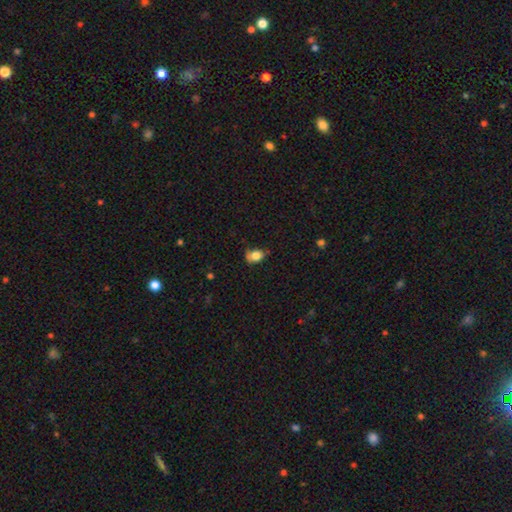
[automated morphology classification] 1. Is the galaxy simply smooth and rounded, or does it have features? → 79% smooth, 12% featured or disk, 9% star or artifact.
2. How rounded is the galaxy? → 71% in between, 27% round, 2% cigar-shaped.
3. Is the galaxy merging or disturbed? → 53% none, 35% minor disturbance, 10% major disturbance, 3% merger.